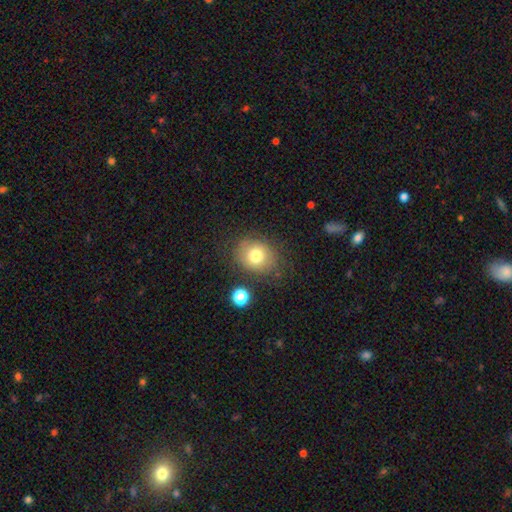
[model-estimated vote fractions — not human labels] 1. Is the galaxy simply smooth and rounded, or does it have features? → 75% smooth, 13% featured or disk, 11% star or artifact.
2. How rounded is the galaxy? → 60% round, 39% in between, 1% cigar-shaped.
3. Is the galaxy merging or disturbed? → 76% none, 14% minor disturbance, 6% major disturbance, 4% merger.